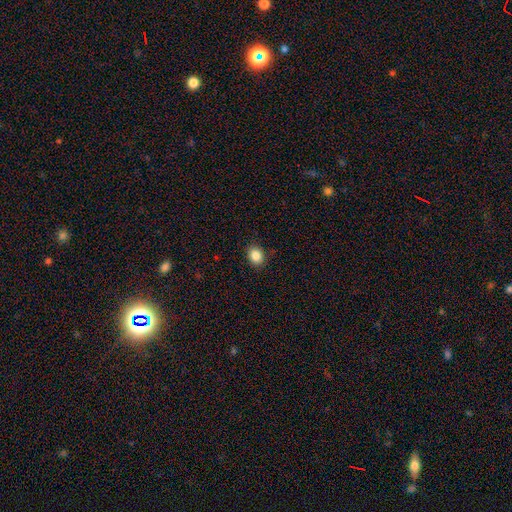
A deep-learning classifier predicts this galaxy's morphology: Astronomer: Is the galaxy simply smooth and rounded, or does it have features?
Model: smooth — 87%.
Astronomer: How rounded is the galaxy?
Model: round — 53% (runner-up: in between, 46%).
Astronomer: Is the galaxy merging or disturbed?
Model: none — 89%.